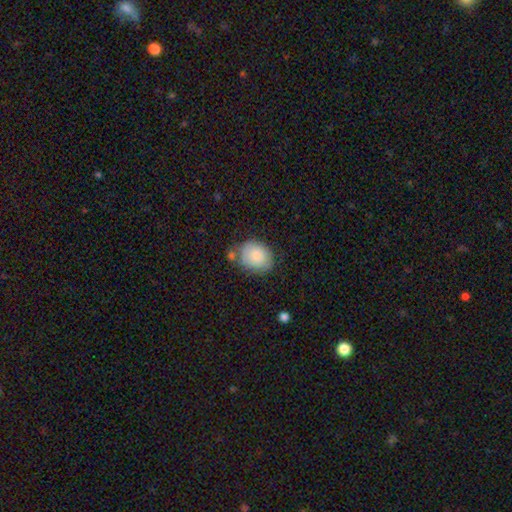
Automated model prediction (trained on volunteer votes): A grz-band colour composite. It shows a smooth galaxy with no disk features (83%) that is in between round and cigar-shaped (50%). Merging: none (64%).